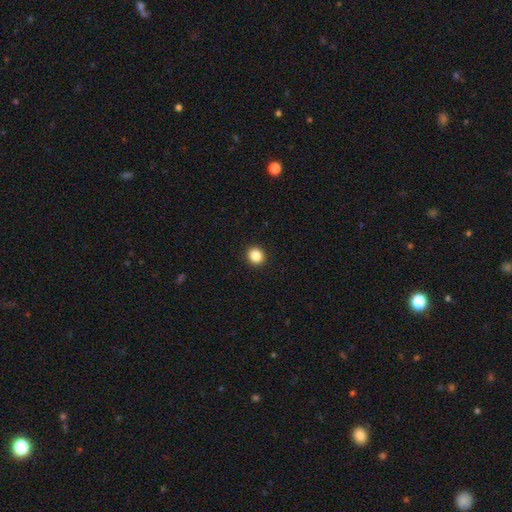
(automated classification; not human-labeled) A smooth galaxy with no disk features (86%) that is round (90%).

Vote fractions:
- Smooth or featured? smooth: 86% / star or artifact: 11% / featured or disk: 4%
- How rounded? round: 90% / in between: 10% / cigar-shaped: 1%
- Merging? none: 93% / minor disturbance: 4% / major disturbance: 2% / merger: 1%